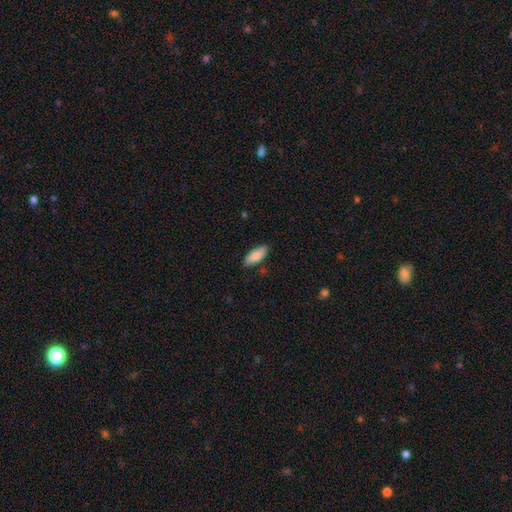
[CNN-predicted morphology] type=smooth (84%); roundness=in between (81%); merging=none (82%).